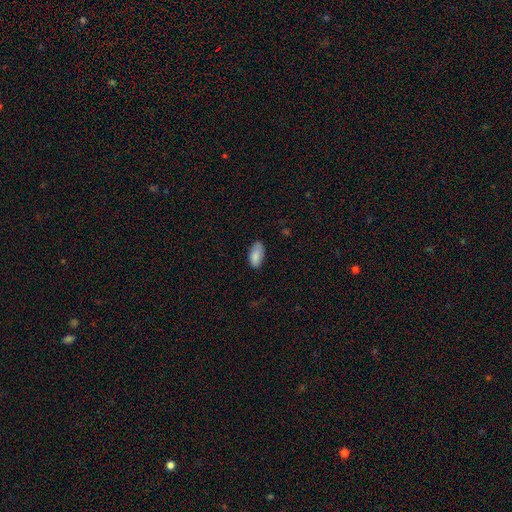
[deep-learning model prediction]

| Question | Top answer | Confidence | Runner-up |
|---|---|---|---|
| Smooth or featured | smooth | 87% | featured or disk (7%) |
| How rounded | in between | 93% | cigar-shaped (4%) |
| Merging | none | 75% | minor disturbance (20%) |